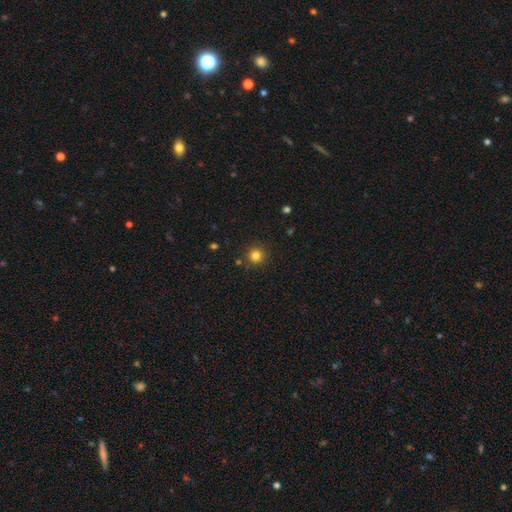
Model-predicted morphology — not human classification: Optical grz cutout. It shows a smooth galaxy with no disk features (81%) that is round (94%). Merging: none (88%).